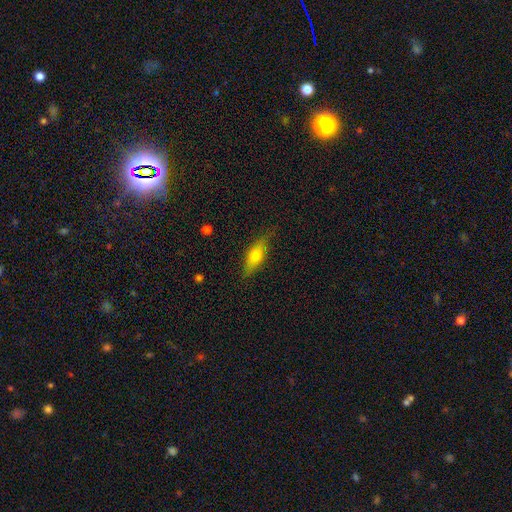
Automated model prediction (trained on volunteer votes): The model was most divided on "how rounded": in between: 64%, cigar-shaped: 33%, round: 4%. More confident: merging — none (78%); smooth or featured — smooth (65%).